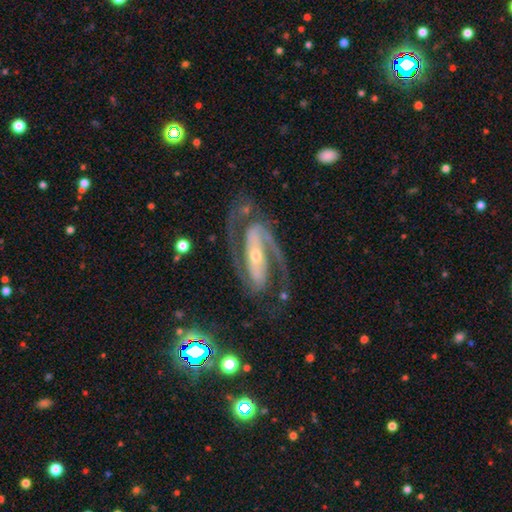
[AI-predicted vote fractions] Smooth or featured?
  - featured or disk: 92% *
  - star or artifact: 5%
  - smooth: 3%
Edge-on disk?
  - no: 96% *
  - yes: 4%
Bar?
  - strong: 64% *
  - weak: 20%
  - no: 16%
Spiral arms?
  - yes: 98% *
  - no: 2%
Spiral winding?
  - medium: 55% *
  - tight: 33%
  - loose: 12%
Spiral arm count?
  - 2: 93% *
  - can't tell: 2%
  - 3: 2%
  - 1: 1%
  - 4: 1%
  - more than 4: 1%
Bulge size?
  - small: 59% *
  - moderate: 36%
  - large: 2%
  - none: 1%
  - dominant: 1%
Merging?
  - none: 79% *
  - minor disturbance: 12%
  - major disturbance: 7%
  - merger: 2%